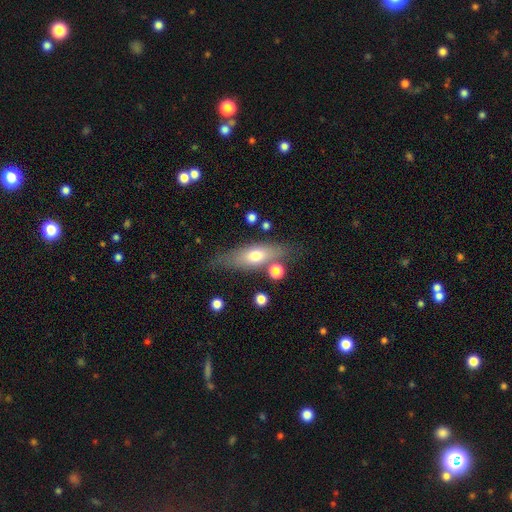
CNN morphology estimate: smooth_or_featured: smooth (p=0.60) [alt: featured or disk p=0.33]
how_rounded: in between (p=0.59) [alt: cigar-shaped p=0.37]
merging: none (p=0.68) [alt: minor disturbance p=0.19]